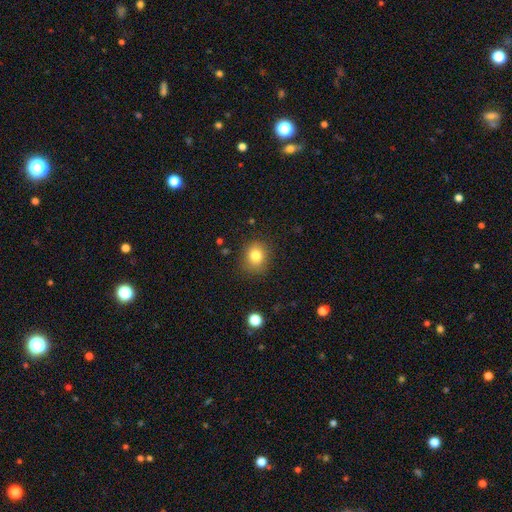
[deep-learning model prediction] Smooth or featured?
  - smooth: 81% *
  - star or artifact: 11%
  - featured or disk: 8%
How rounded?
  - round: 72% *
  - in between: 28%
  - cigar-shaped: 1%
Merging?
  - none: 84% *
  - minor disturbance: 11%
  - major disturbance: 3%
  - merger: 1%